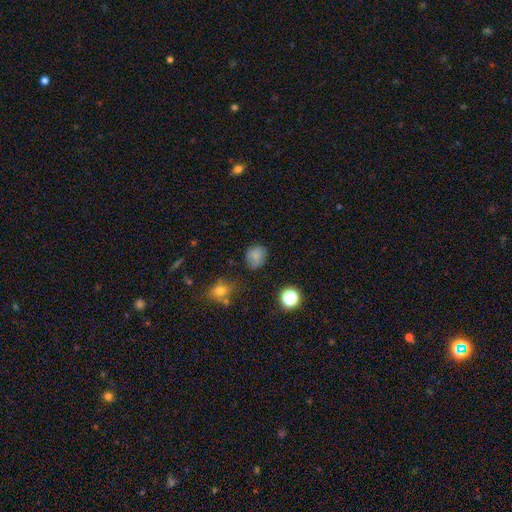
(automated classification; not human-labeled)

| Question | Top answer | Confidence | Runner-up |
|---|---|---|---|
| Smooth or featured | smooth | 79% | star or artifact (13%) |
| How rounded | round | 65% | in between (34%) |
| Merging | none | 72% | minor disturbance (20%) |